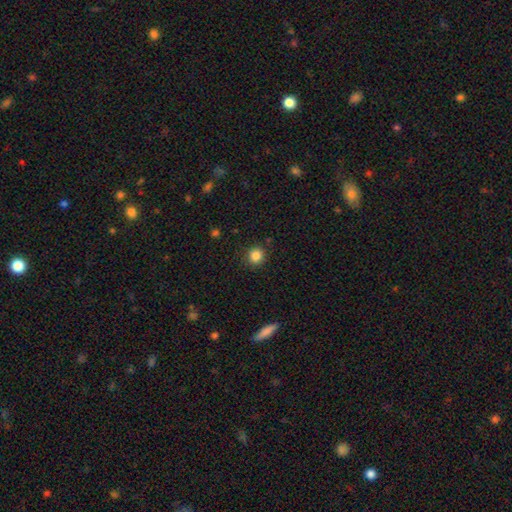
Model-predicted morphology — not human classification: Overall: smooth (85%). How rounded: round (90%). Merging: none (89%).